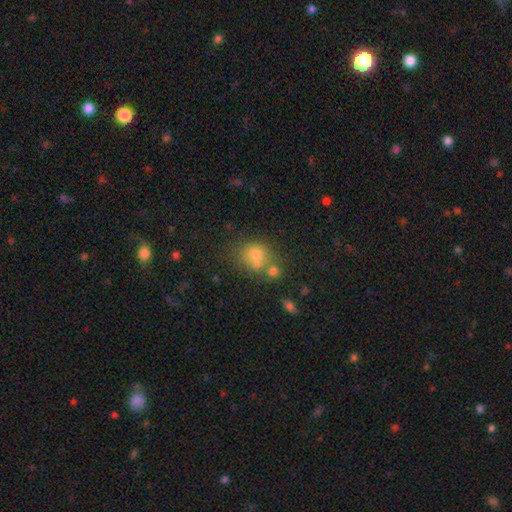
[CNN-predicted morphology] The model was most divided on "merging": none: 47%, merger: 38%, minor disturbance: 10%, major disturbance: 5%. More confident: how rounded — round (76%); smooth or featured — smooth (67%).